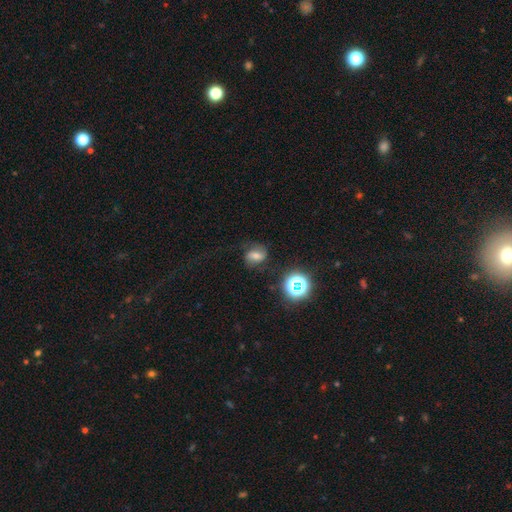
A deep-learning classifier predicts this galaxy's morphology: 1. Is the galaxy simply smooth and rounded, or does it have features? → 44% smooth, 35% featured or disk, 21% star or artifact.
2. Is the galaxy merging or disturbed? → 70% none, 19% minor disturbance, 8% major disturbance, 3% merger.